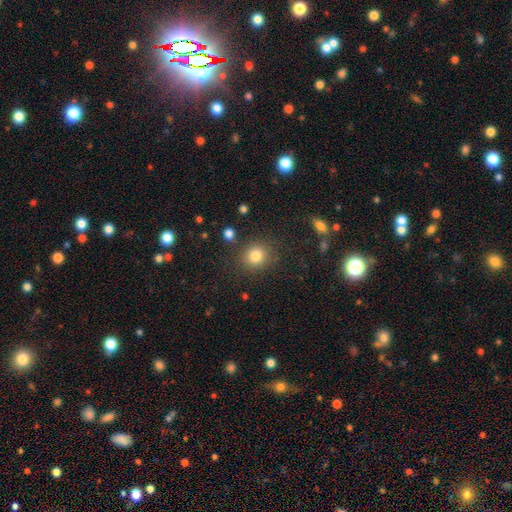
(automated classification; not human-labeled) Smooth or featured? Predicted: smooth (p=0.81). How rounded? Predicted: round (p=0.79). Merging? Predicted: none (p=0.84).